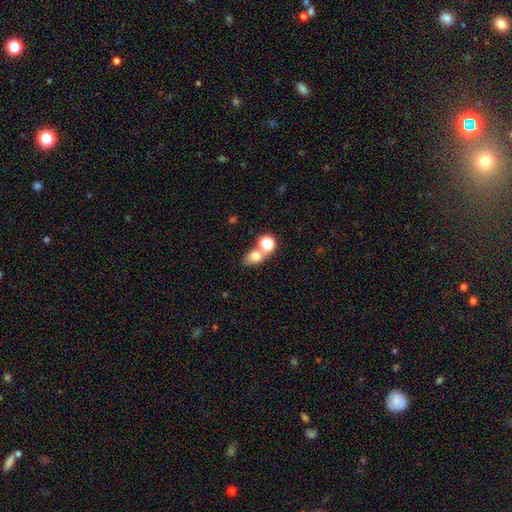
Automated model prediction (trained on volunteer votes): Overall: smooth (71%). How rounded: in between (60%; round 38%). Merging: none (47%; merger 40%).